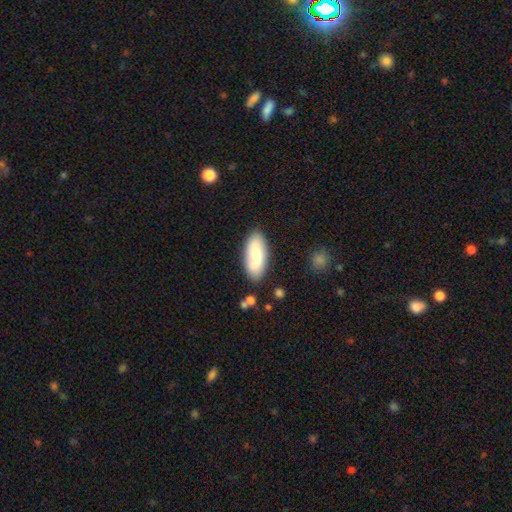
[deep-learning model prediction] smooth_or_featured: smooth (p=0.62) [alt: featured or disk p=0.32]
how_rounded: in between (p=0.85) [alt: cigar-shaped p=0.12]
merging: none (p=0.82) [alt: minor disturbance p=0.12]